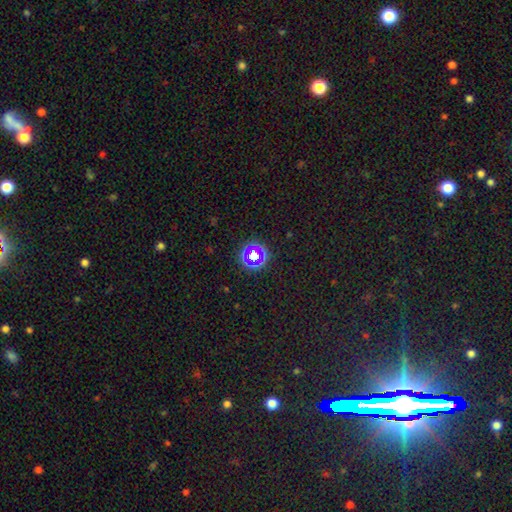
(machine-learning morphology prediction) Smooth or featured?
  - star or artifact: 55% *
  - smooth: 32%
  - featured or disk: 12%